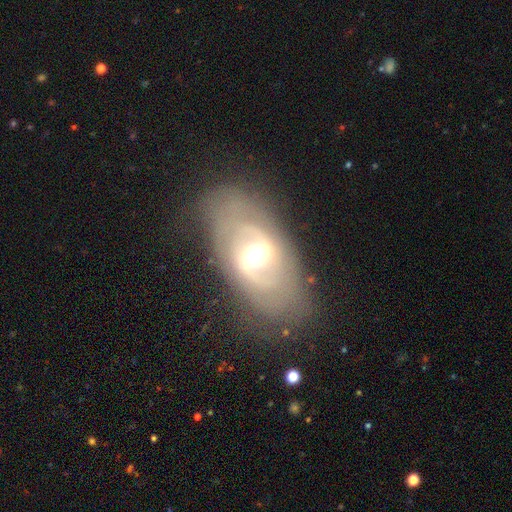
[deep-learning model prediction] Morphology: type=featured or disk (79%); edge-on=no (94%); bar=weak (48%); spiral arms=yes (81%); winding=tight (40%); arm count=2 (74%); bulge=moderate (68%); merging=none (77%).